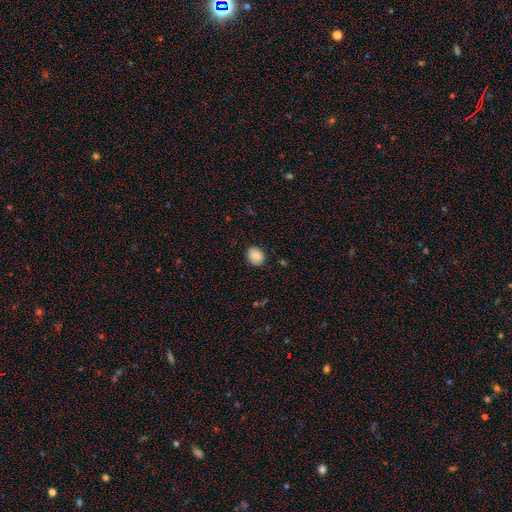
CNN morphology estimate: Q: Smooth or featured?
A: smooth (86%); runner-up: star or artifact (8%)
Q: How rounded?
A: round (55%); runner-up: in between (44%)
Q: Merging?
A: none (85%); runner-up: minor disturbance (11%)